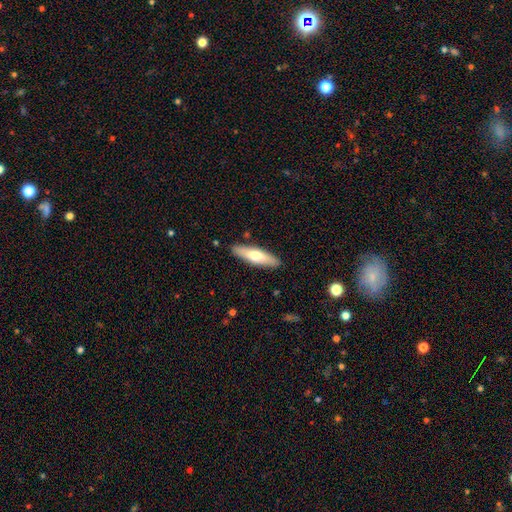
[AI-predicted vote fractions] Q: Smooth or featured?
A: smooth (60%); runner-up: featured or disk (35%)
Q: How rounded?
A: cigar-shaped (67%); runner-up: in between (32%)
Q: Merging?
A: none (89%); runner-up: minor disturbance (8%)